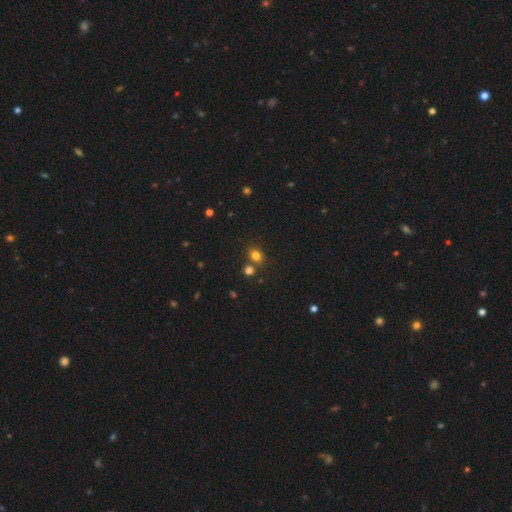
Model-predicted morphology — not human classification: A smooth galaxy with no disk features (79%) that is round (59%).

Vote fractions:
- Smooth or featured? smooth: 79% / star or artifact: 15% / featured or disk: 6%
- How rounded? round: 59% / in between: 40% / cigar-shaped: 1%
- Merging? none: 68% / merger: 18% / minor disturbance: 11% / major disturbance: 4%